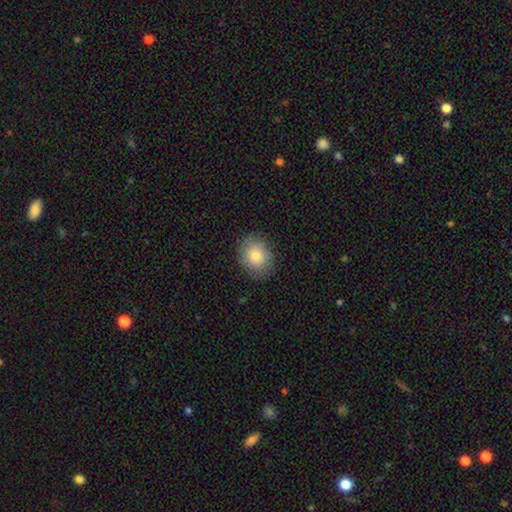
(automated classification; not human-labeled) Morphology: type=smooth (81%); roundness=round (61%); merging=none (86%).